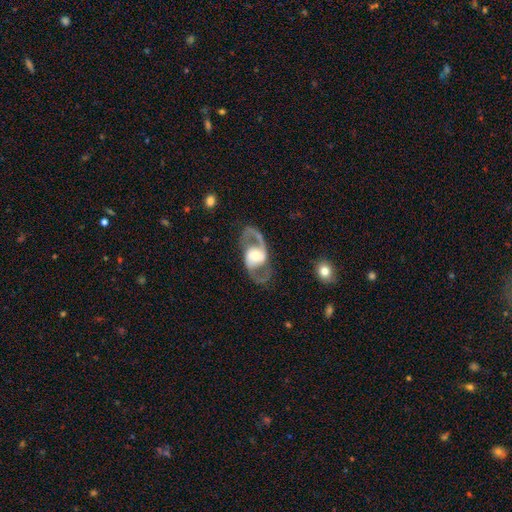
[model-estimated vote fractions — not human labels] This is clearly a featured or disk galaxy (86%). It is clearly not viewed edge-on (95%). Bar: possibly no (49%). Spiral arm pattern: clearly yes (89%). Spiral arm count: clearly 2 (91%). Spiral winding: possibly medium (51%). Central bulge: likely moderate (61%). Merging: likely none (77%).